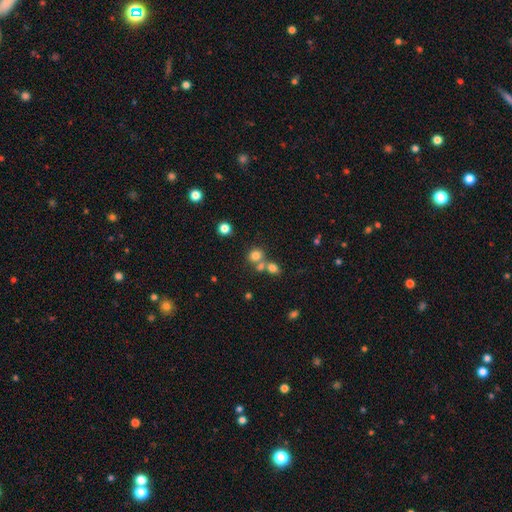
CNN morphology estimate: Smooth or featured: smooth — 76% (star or artifact — 15%)
How rounded: round — 74% (in between — 25%)
Merging: none — 51% (merger — 37%)